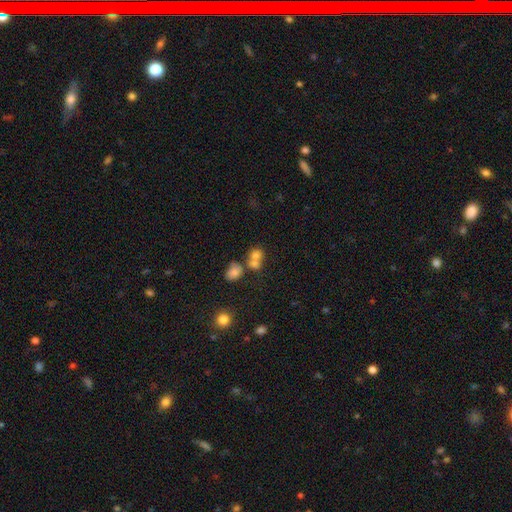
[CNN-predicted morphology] Overall: smooth (71%). How rounded: round (63%; in between 35%). Merging: merger (57%; none 31%).